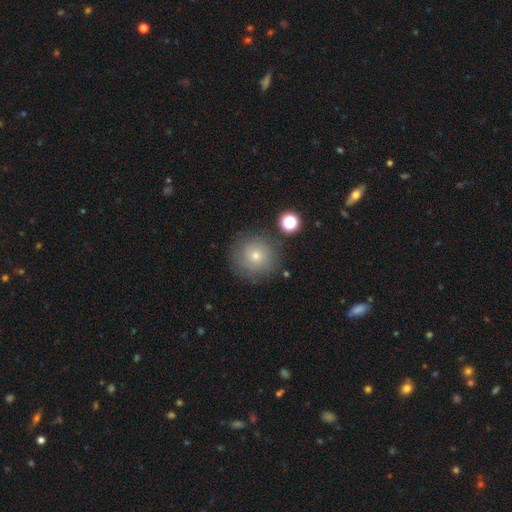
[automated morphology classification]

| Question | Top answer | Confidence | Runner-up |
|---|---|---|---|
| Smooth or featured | smooth | 74% | featured or disk (14%) |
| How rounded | round | 95% | in between (4%) |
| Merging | none | 82% | minor disturbance (10%) |